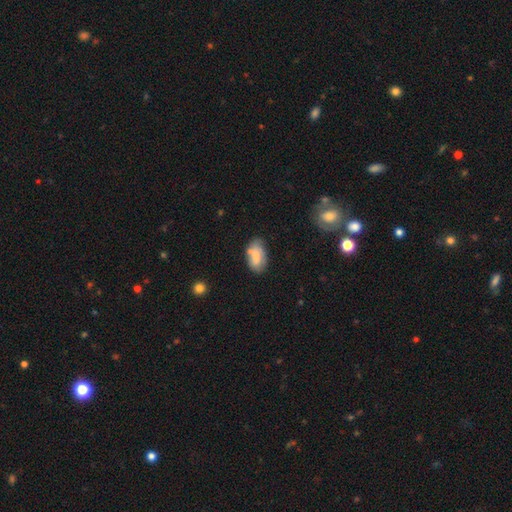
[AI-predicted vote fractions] smooth_or_featured: smooth (p=0.73) [alt: featured or disk p=0.19]
how_rounded: in between (p=0.93) [alt: round p=0.04]
merging: none (p=0.59) [alt: minor disturbance p=0.25]